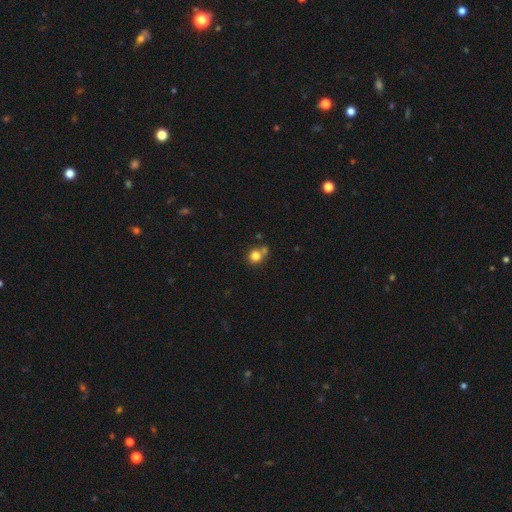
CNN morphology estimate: This appears to be a smooth galaxy with no disk features (80%) that is round (87%). Merging: none (56%).